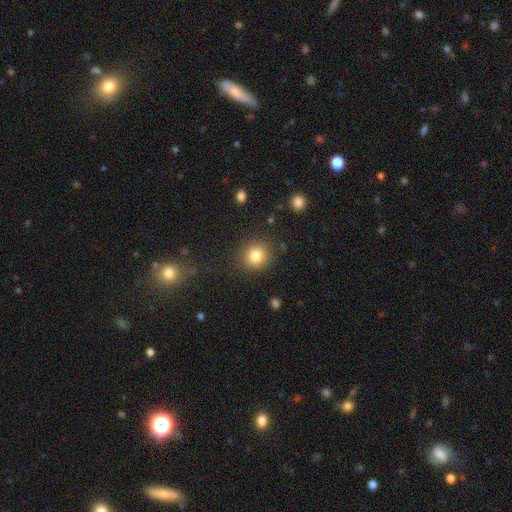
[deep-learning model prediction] Q: Smooth or featured?
A: smooth (82%); runner-up: star or artifact (11%)
Q: How rounded?
A: round (85%); runner-up: in between (14%)
Q: Merging?
A: none (87%); runner-up: minor disturbance (8%)